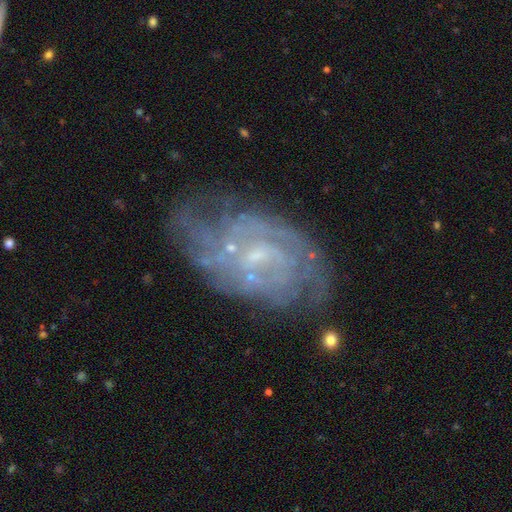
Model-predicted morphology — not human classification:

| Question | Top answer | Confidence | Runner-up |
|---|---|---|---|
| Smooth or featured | featured or disk | 79% | smooth (12%) |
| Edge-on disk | no | 96% | yes (4%) |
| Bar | no | 47% | weak (44%) |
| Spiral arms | yes | 83% | no (17%) |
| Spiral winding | tight | 54% | medium (33%) |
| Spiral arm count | can't tell | 49% | 2 (18%) |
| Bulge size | small | 68% | none (16%) |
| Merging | none | 58% | minor disturbance (22%) |